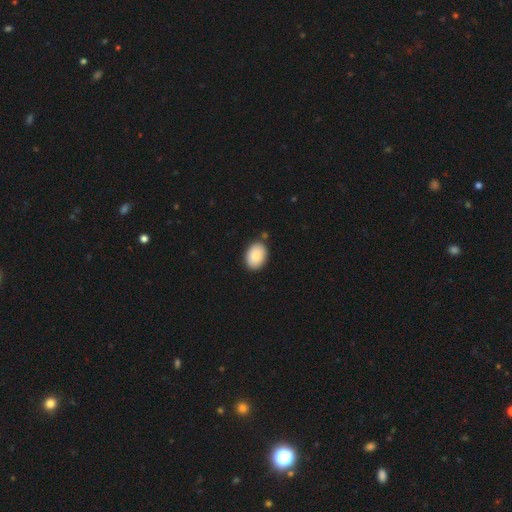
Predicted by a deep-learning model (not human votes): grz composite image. It shows a smooth galaxy with no disk features (82%) that is in between round and cigar-shaped (76%). Merging: none (86%).